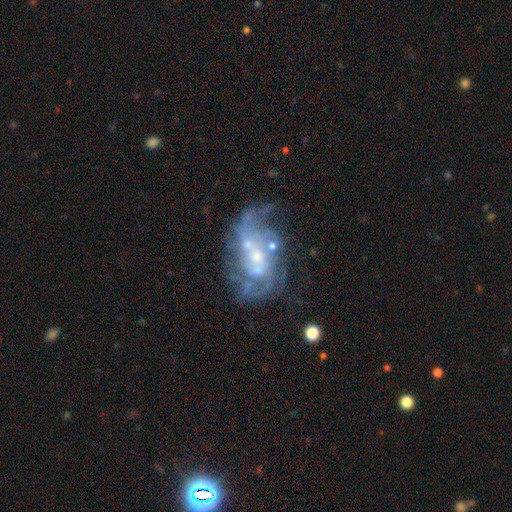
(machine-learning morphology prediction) Q: Smooth or featured?
A: featured or disk (81%); runner-up: smooth (10%)
Q: Edge-on disk?
A: no (97%); runner-up: yes (3%)
Q: Bar?
A: no (58%); runner-up: weak (32%)
Q: Spiral arms?
A: yes (81%); runner-up: no (19%)
Q: Spiral winding?
A: medium (40%); runner-up: loose (33%)
Q: Spiral arm count?
A: can't tell (34%); runner-up: 2 (33%)
Q: Bulge size?
A: small (55%); runner-up: moderate (27%)
Q: Merging?
A: none (44%); runner-up: major disturbance (25%)